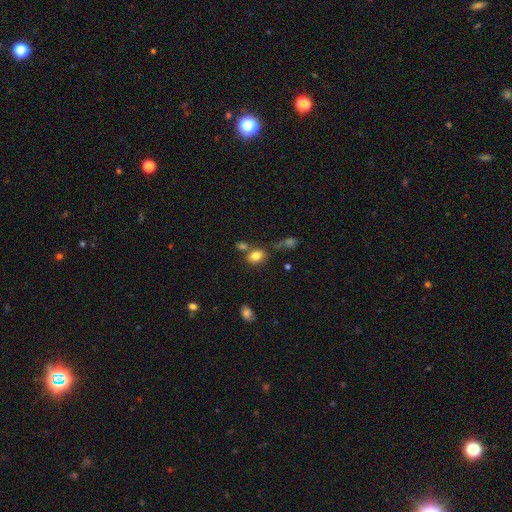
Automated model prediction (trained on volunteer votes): This appears to be a smooth galaxy with no disk features (81%) that is in between round and cigar-shaped (61%). Merging: none (60%).